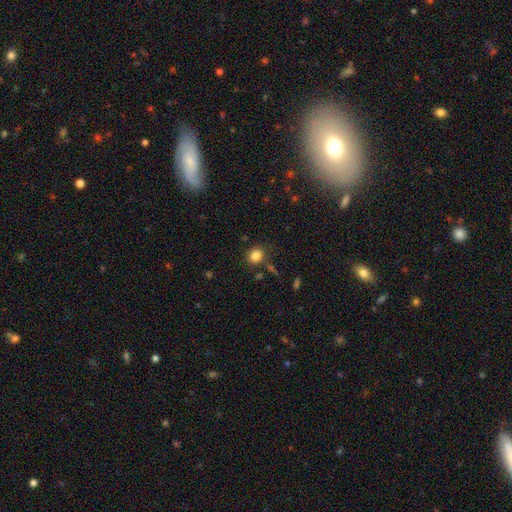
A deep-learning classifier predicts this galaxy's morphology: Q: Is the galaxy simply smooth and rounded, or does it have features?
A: smooth — 83%.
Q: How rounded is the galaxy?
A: round — 72%.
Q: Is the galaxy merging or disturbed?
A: none — 81%.